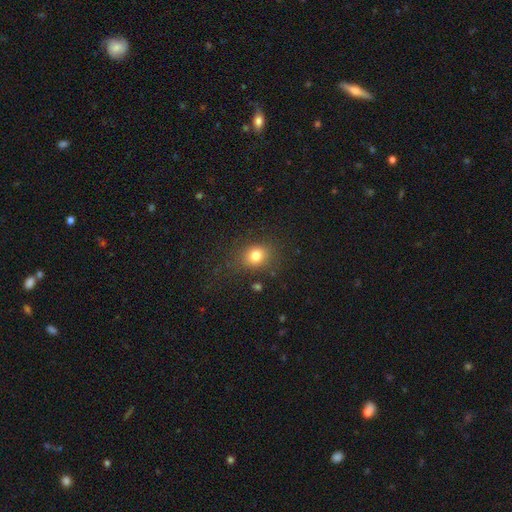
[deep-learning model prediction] smooth 79%, star or artifact 13%, featured or disk 8%. Down the decision tree: how rounded — round (61%); merging — none (79%).